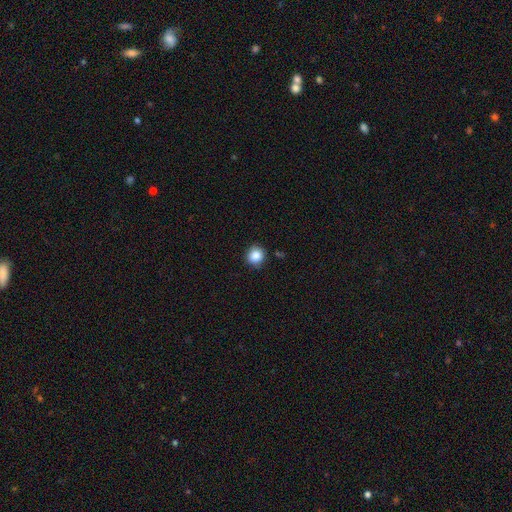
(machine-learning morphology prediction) type=smooth (86%); roundness=round (90%); merging=none (88%).